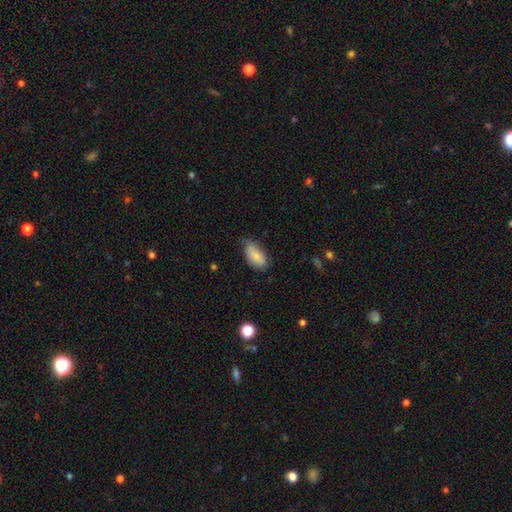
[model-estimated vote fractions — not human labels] smooth_or_featured: smooth (p=0.82) [alt: featured or disk p=0.11]
how_rounded: in between (p=0.92) [alt: cigar-shaped p=0.05]
merging: none (p=0.55) [alt: minor disturbance p=0.37]